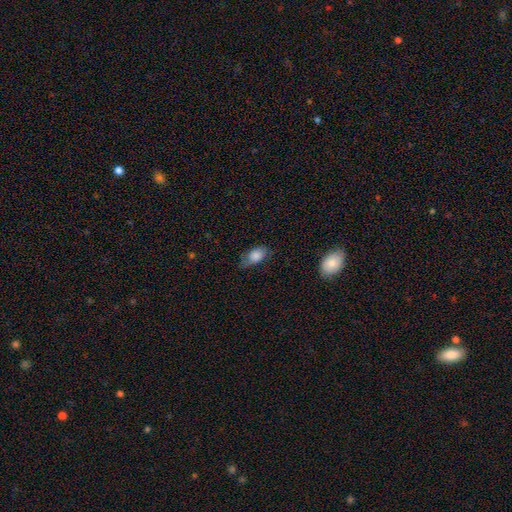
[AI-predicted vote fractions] The model was most divided on "merging": none: 59%, minor disturbance: 29%, major disturbance: 10%, merger: 2%. More confident: how rounded — in between (88%); smooth or featured — smooth (79%).